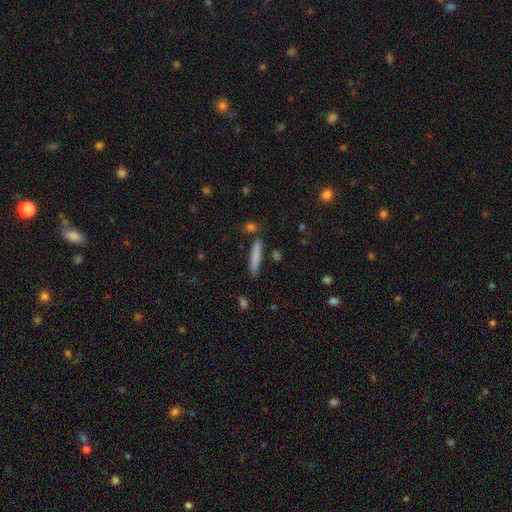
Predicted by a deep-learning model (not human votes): smooth-or-featured: smooth: 79% | featured or disk: 14% | star or artifact: 7%
  how-rounded: cigar-shaped: 91% | in between: 7% | round: 1%
  merging: none: 83% | minor disturbance: 11% | merger: 4% | major disturbance: 2%